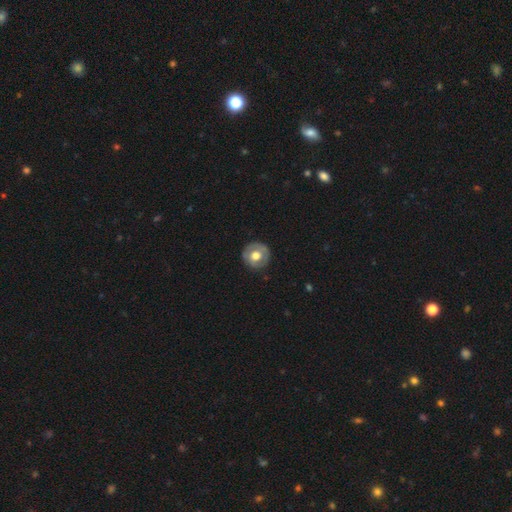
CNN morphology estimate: Smooth or featured? smooth (51%)
How rounded? round (91%)
Merging? none (82%)